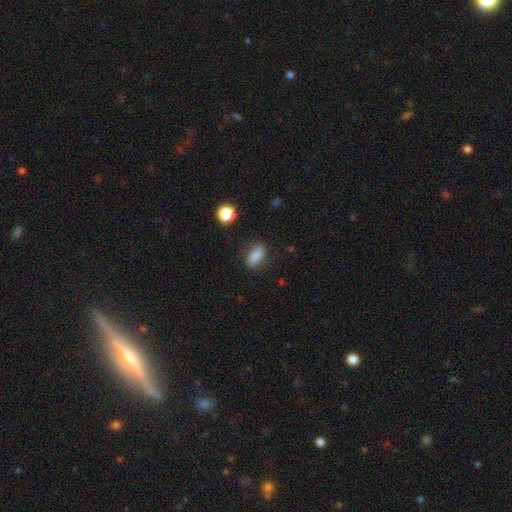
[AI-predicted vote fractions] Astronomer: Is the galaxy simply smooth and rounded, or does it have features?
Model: smooth — 84%.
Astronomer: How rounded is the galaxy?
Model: in between — 78%.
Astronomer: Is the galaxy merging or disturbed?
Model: none — 80%.